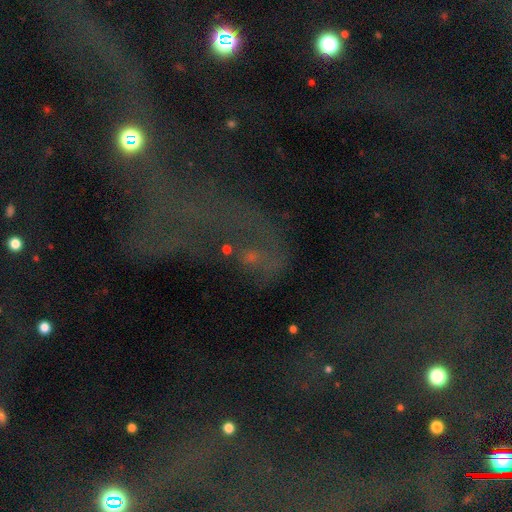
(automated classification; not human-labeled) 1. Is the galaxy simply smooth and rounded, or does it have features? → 54% star or artifact, 24% featured or disk, 22% smooth.